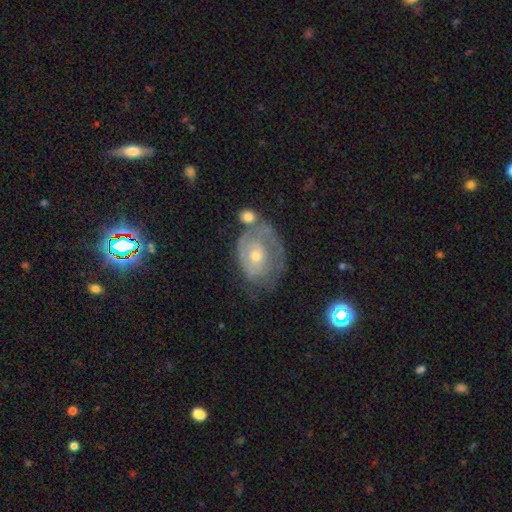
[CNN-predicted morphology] This is likely a featured or disk galaxy (69%). It is clearly not viewed edge-on (96%). Bar: likely no (80%). Spiral arm pattern: likely yes (66%). Central bulge: possibly moderate (50%). Merging: marginally none (41%).